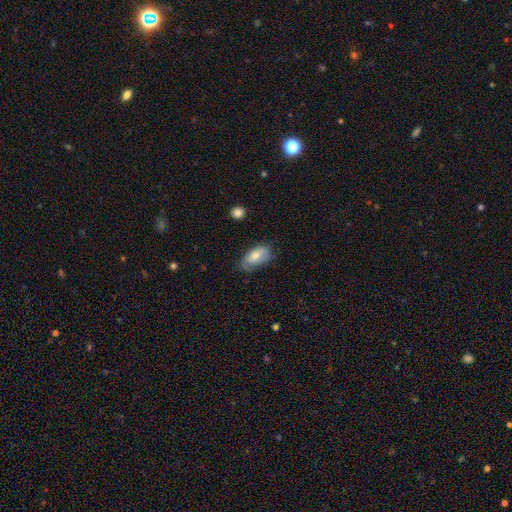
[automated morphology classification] Smooth or featured? Predicted: smooth (p=0.65). How rounded? Predicted: in between (p=0.92). Merging? Predicted: none (p=0.57).